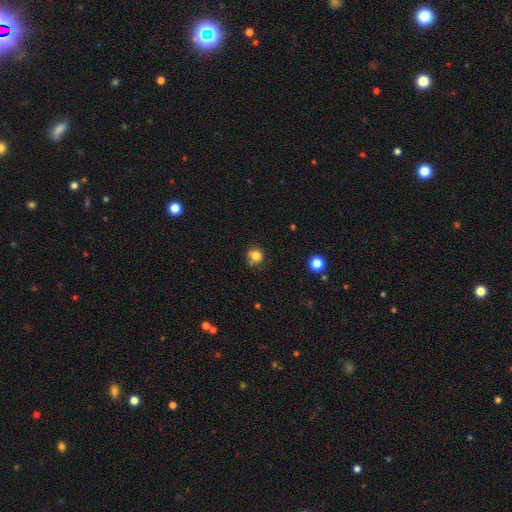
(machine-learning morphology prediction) Smooth or featured? Predicted: smooth (p=0.80). How rounded? Predicted: round (p=0.85). Merging? Predicted: none (p=0.68).